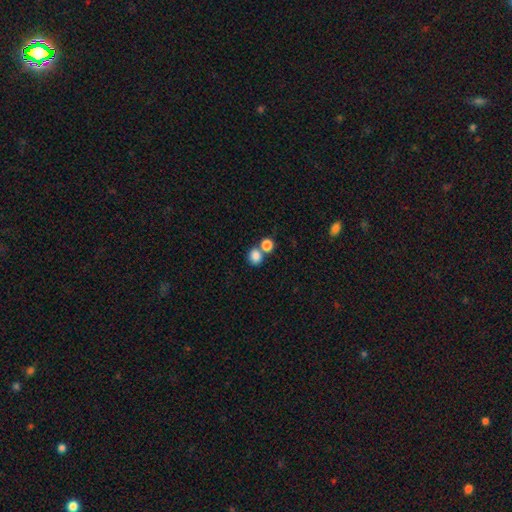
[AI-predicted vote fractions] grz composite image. It shows a smooth galaxy with no disk features (83%) that is round (75%). Merging: none (49%).